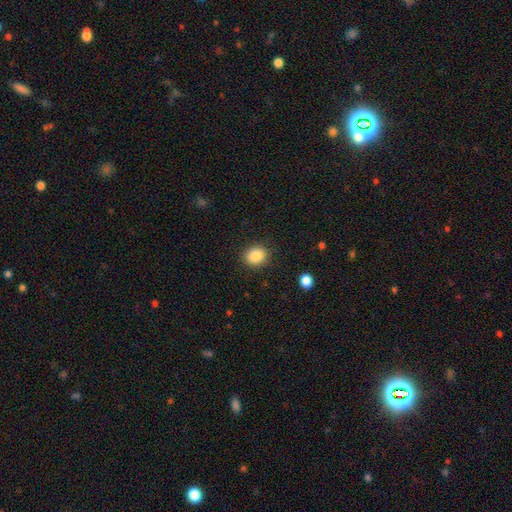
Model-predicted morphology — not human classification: smooth 86%, star or artifact 9%, featured or disk 5%. Down the decision tree: how rounded — round (64%); merging — none (88%).